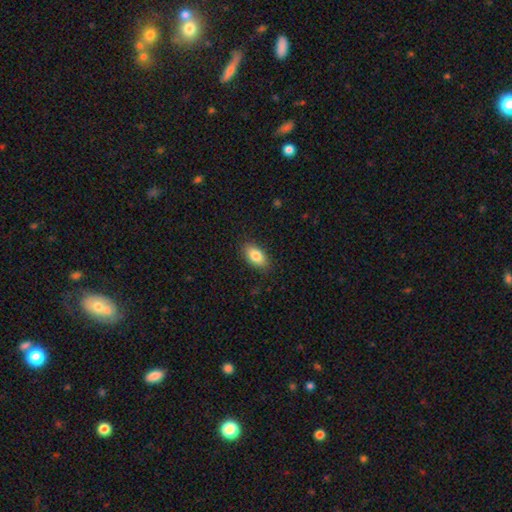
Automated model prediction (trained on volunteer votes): The model was most divided on "smooth or featured": smooth: 84%, featured or disk: 9%, star or artifact: 7%. More confident: how rounded — in between (91%); merging — none (87%).